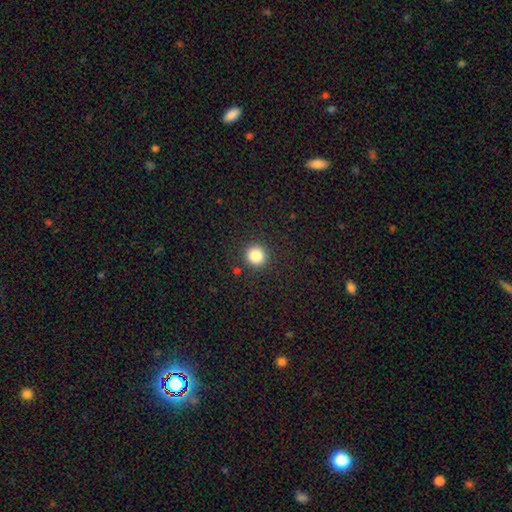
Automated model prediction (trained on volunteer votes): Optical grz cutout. It shows a smooth galaxy with no disk features (85%) that is round (94%). Merging: none (91%).